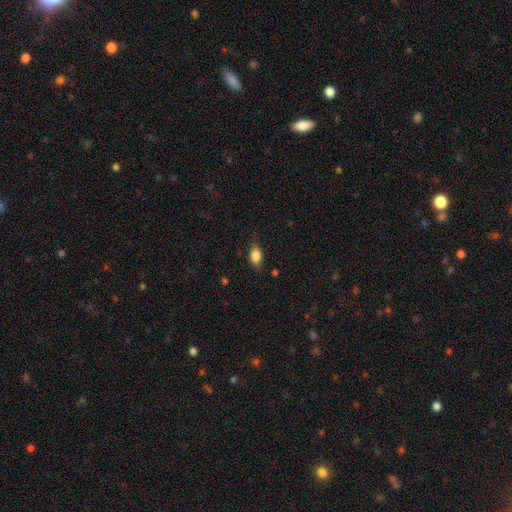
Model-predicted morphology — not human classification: type=smooth (84%); roundness=in between (81%); merging=none (74%).